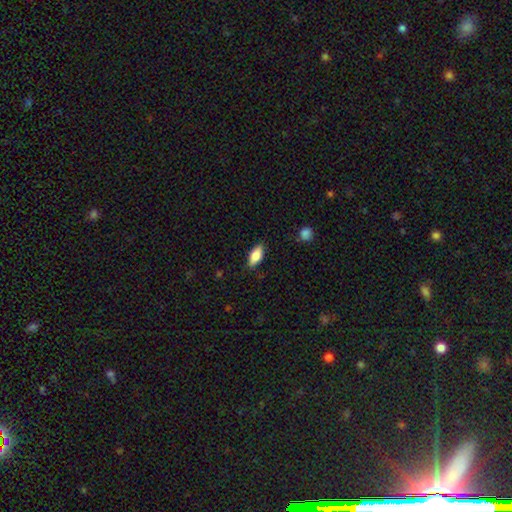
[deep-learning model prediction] A smooth galaxy with no disk features (79%) that is in between round and cigar-shaped (83%).

Vote fractions:
- Smooth or featured? smooth: 79% / featured or disk: 14% / star or artifact: 7%
- How rounded? in between: 83% / cigar-shaped: 14% / round: 3%
- Merging? none: 84% / minor disturbance: 12% / major disturbance: 3% / merger: 1%